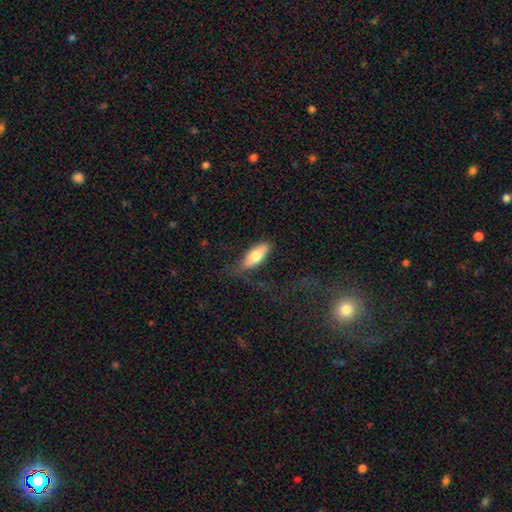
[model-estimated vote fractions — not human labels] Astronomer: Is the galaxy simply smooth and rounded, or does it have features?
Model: smooth — 72%.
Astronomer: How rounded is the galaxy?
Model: in between — 72%.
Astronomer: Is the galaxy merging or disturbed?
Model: none — 56%.